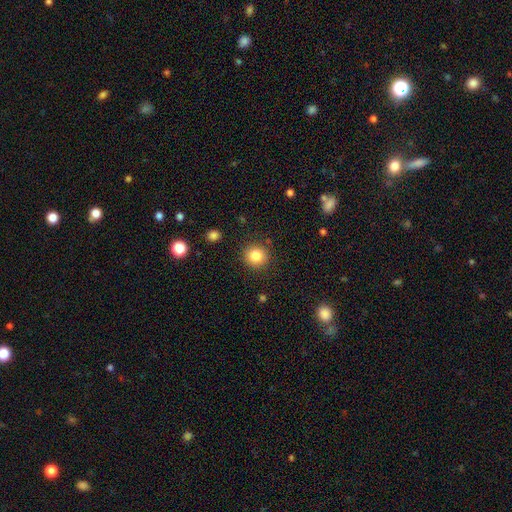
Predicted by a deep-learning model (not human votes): Morphology: type=smooth (83%); roundness=round (92%); merging=none (89%).